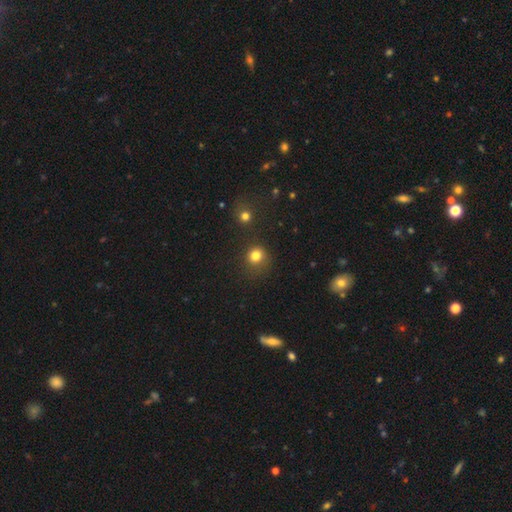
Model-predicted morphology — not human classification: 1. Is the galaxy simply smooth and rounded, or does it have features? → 80% smooth, 15% star or artifact, 5% featured or disk.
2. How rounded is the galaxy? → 88% round, 11% in between, 1% cigar-shaped.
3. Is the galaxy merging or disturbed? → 77% none, 12% minor disturbance, 6% merger, 5% major disturbance.